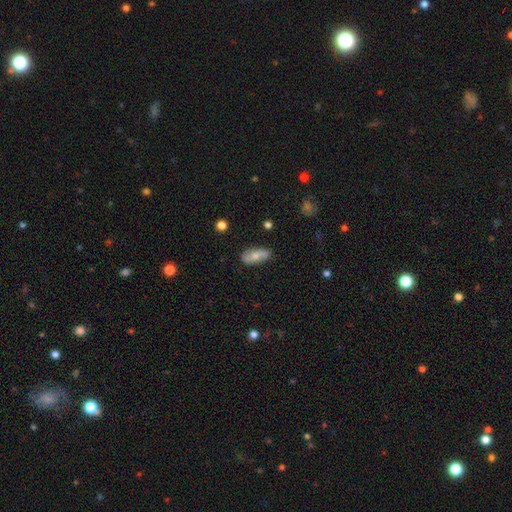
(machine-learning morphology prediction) smooth 61%, featured or disk 32%, star or artifact 7%. Down the decision tree: how rounded — in between (79%); merging — none (79%).